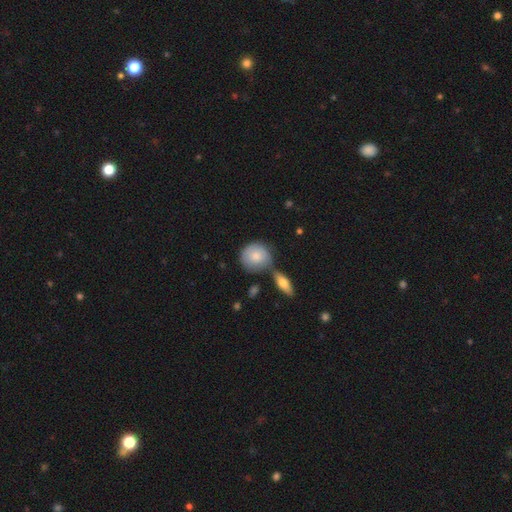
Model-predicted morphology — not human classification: smooth 78%, featured or disk 17%, star or artifact 6%. Down the decision tree: how rounded — round (85%); merging — none (56%).